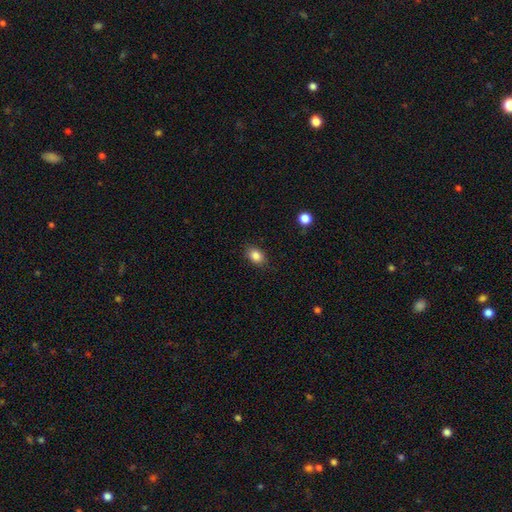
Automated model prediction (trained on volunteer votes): smooth-or-featured: smooth: 86% | star or artifact: 9% | featured or disk: 5%
  how-rounded: in between: 77% | round: 22% | cigar-shaped: 1%
  merging: none: 86% | minor disturbance: 11% | major disturbance: 3% | merger: 1%